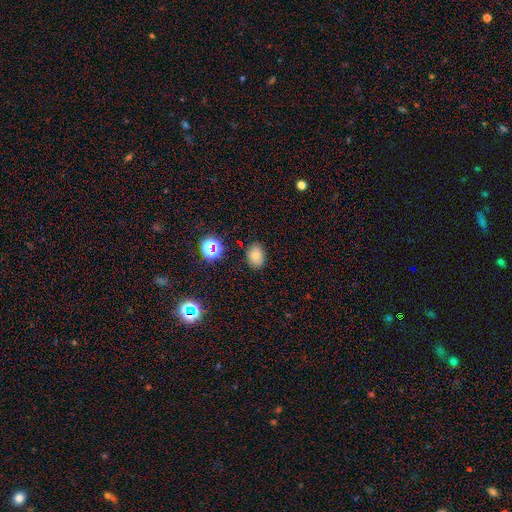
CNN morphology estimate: The model was most divided on "how rounded": in between: 73%, round: 26%, cigar-shaped: 1%. More confident: merging — none (83%); smooth or featured — smooth (76%).